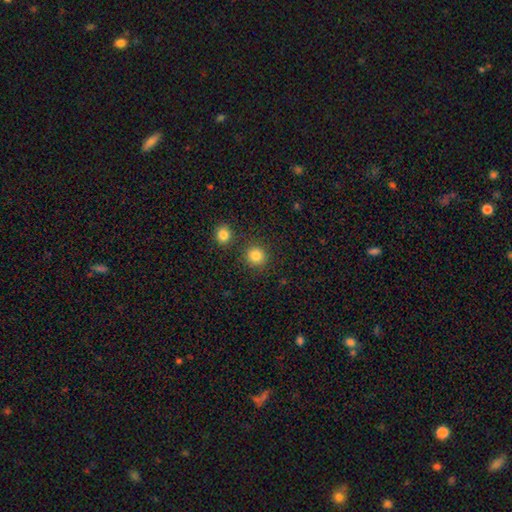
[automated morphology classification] Smooth or featured? smooth (85%)
How rounded? round (93%)
Merging? none (86%)